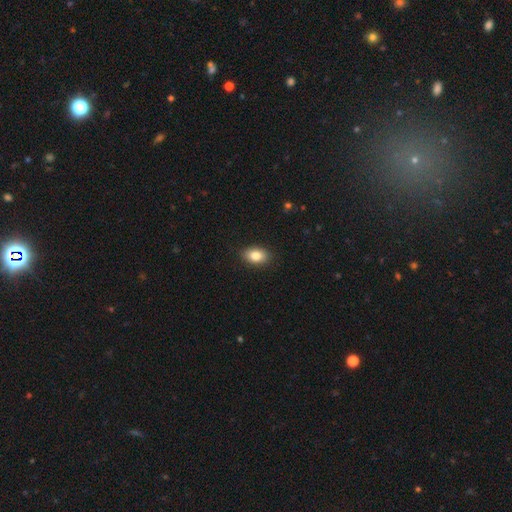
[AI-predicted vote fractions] Smooth or featured? smooth (84%)
How rounded? in between (85%)
Merging? none (88%)